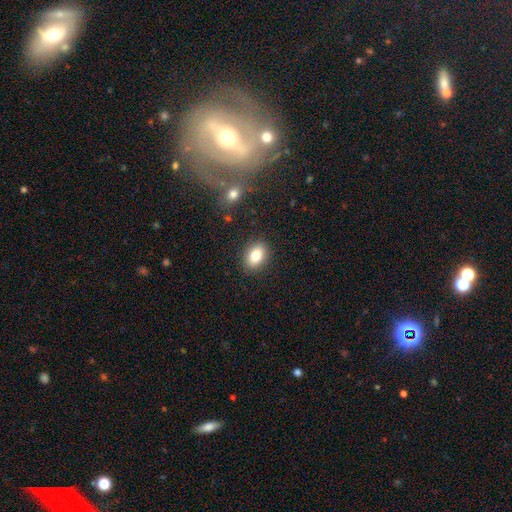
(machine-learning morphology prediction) Smooth or featured: smooth — 82% (featured or disk — 9%)
How rounded: in between — 80% (round — 19%)
Merging: none — 88% (minor disturbance — 8%)